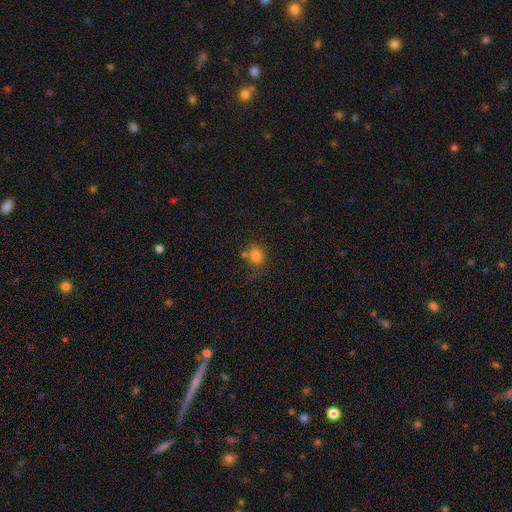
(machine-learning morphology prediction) type=smooth (79%); roundness=round (69%); merging=none (60%).